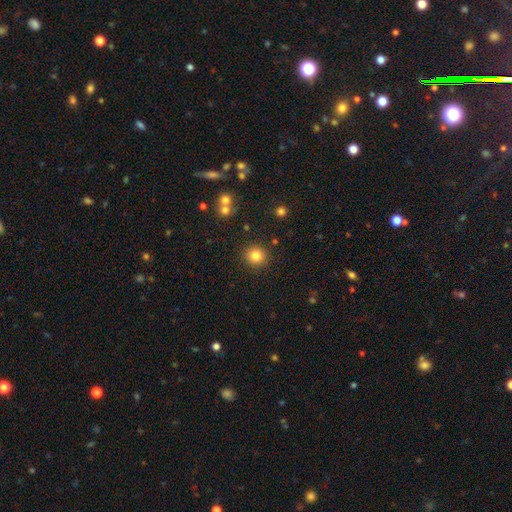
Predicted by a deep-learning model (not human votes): A smooth galaxy with no disk features (83%) that is round (92%). Merging: none (89%).